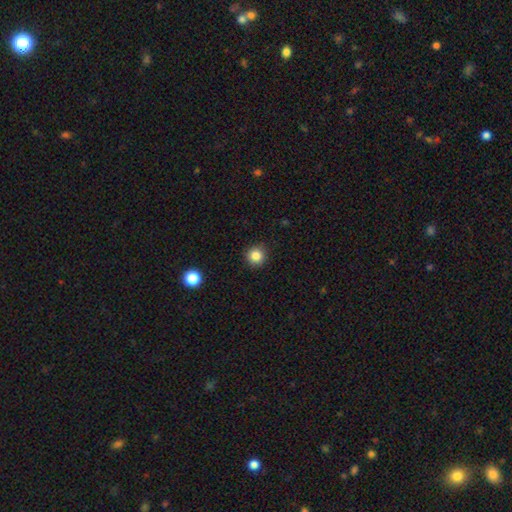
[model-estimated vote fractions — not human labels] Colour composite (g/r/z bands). It shows a smooth galaxy with no disk features (84%) that is round (95%). Merging: none (92%).